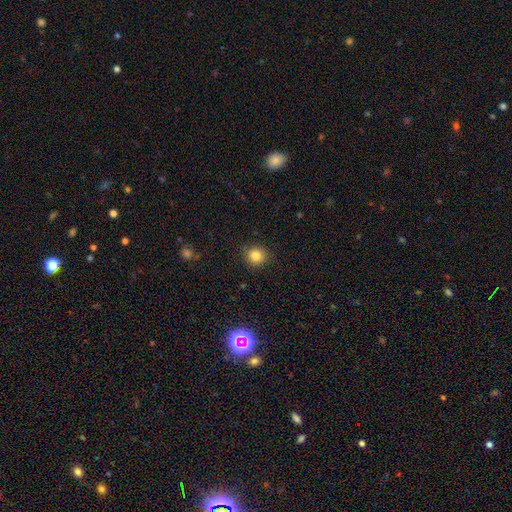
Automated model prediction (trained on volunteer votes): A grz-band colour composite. It shows a smooth galaxy with no disk features (83%) that is round (88%). Merging: none (87%).